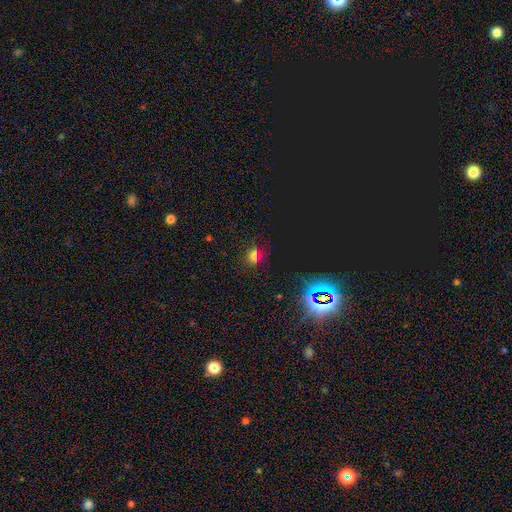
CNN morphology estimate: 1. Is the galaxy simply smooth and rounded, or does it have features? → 53% smooth, 40% star or artifact, 8% featured or disk.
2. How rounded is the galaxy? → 55% round, 42% in between, 3% cigar-shaped.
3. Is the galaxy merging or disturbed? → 79% none, 12% minor disturbance, 5% major disturbance, 4% merger.